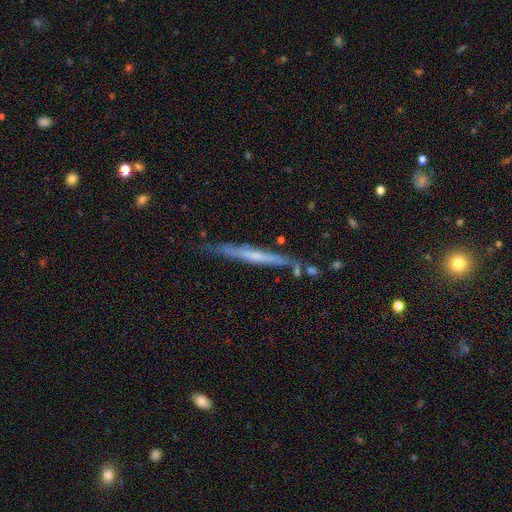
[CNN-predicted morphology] This appears to be a featured or disk galaxy (60%) viewed edge-on (93%) with no central bulge (68%). Merging: none (78%).